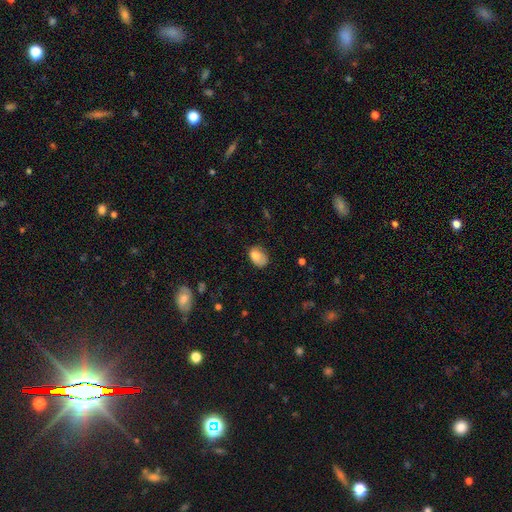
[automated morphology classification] A smooth galaxy with no disk features (78%) that is in between round and cigar-shaped (78%).

Vote fractions:
- Smooth or featured? smooth: 78% / featured or disk: 14% / star or artifact: 9%
- How rounded? in between: 78% / round: 21% / cigar-shaped: 1%
- Merging? none: 49% / minor disturbance: 33% / major disturbance: 15% / merger: 3%